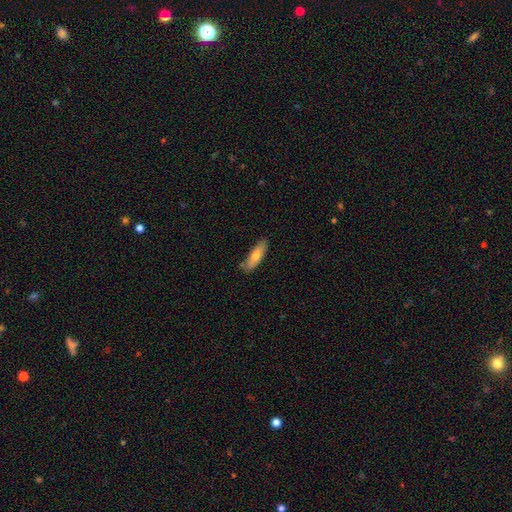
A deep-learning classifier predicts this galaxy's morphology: This is likely a smooth galaxy (70%). How rounded: possibly cigar-shaped (52%). Merging: likely none (78%).